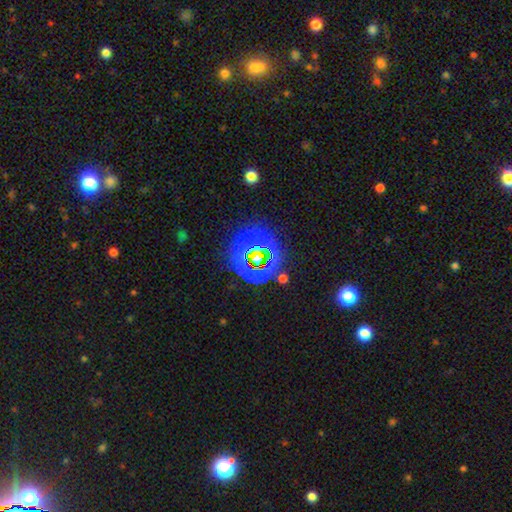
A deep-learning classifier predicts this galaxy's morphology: smooth-or-featured: star or artifact: 73% | smooth: 17% | featured or disk: 10%